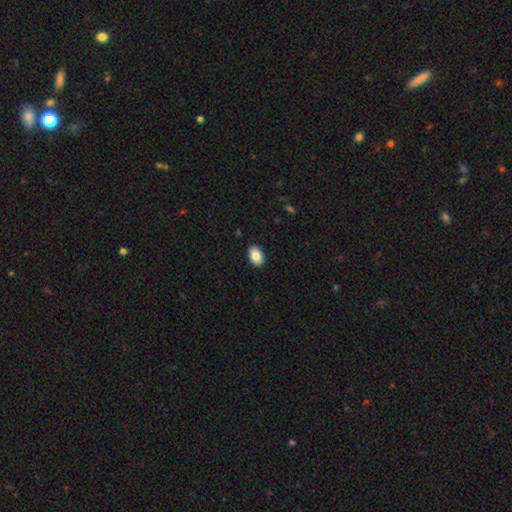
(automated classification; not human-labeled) A smooth galaxy with no disk features (88%) that is in between round and cigar-shaped (90%).

Vote fractions:
- Smooth or featured? smooth: 88% / star or artifact: 7% / featured or disk: 5%
- How rounded? in between: 90% / round: 9% / cigar-shaped: 1%
- Merging? none: 90% / minor disturbance: 7% / major disturbance: 2% / merger: 1%